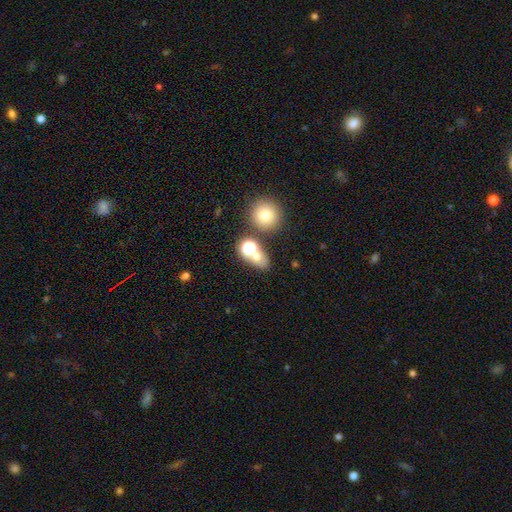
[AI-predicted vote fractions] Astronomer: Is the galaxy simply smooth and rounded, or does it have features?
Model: smooth — 65%.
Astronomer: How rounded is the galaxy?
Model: round — 50% (runner-up: in between, 47%).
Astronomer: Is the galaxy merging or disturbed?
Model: none — 52% (runner-up: merger, 33%).